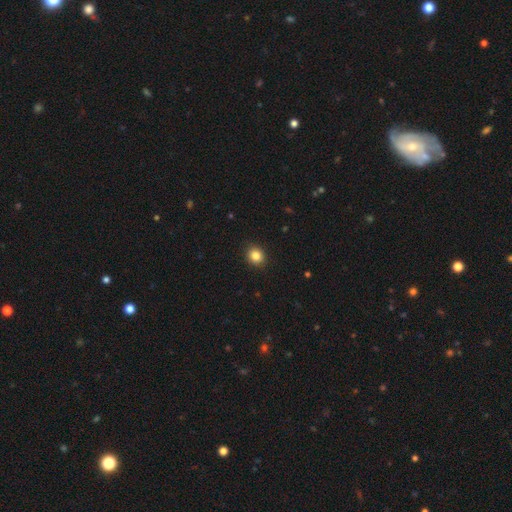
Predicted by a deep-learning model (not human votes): Overall: smooth (85%). How rounded: round (76%). Merging: none (91%).